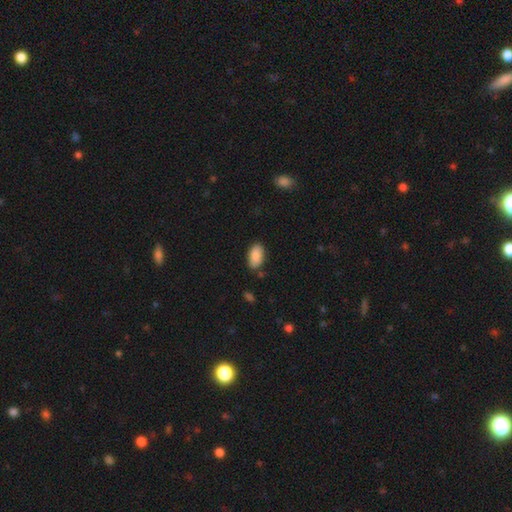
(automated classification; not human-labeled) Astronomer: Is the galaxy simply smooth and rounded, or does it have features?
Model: smooth — 89%.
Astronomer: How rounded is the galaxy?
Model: in between — 94%.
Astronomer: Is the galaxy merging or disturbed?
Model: none — 82%.